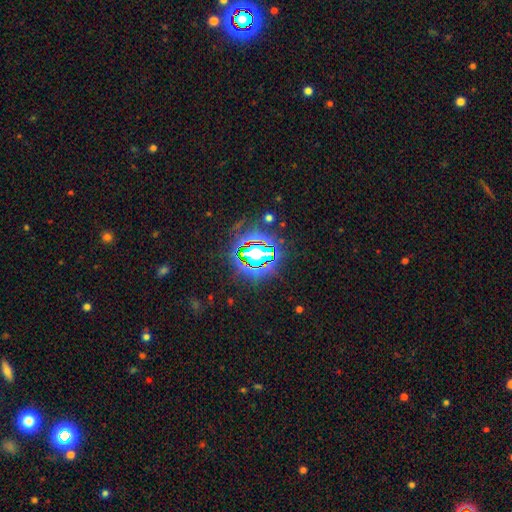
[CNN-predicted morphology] Q: Smooth or featured?
A: star or artifact (83%); runner-up: smooth (10%)